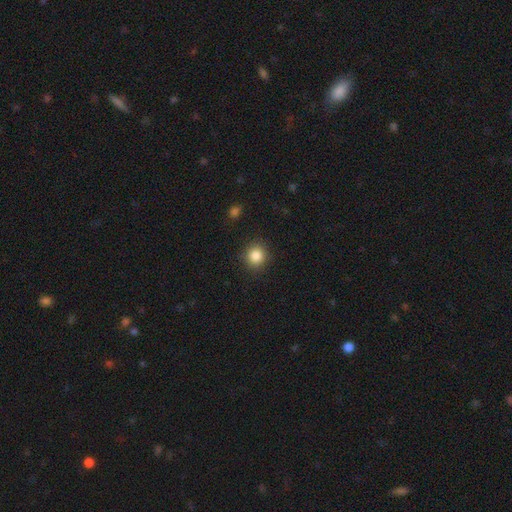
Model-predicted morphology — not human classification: smooth 85%, star or artifact 10%, featured or disk 4%. Down the decision tree: how rounded — round (90%); merging — none (89%).